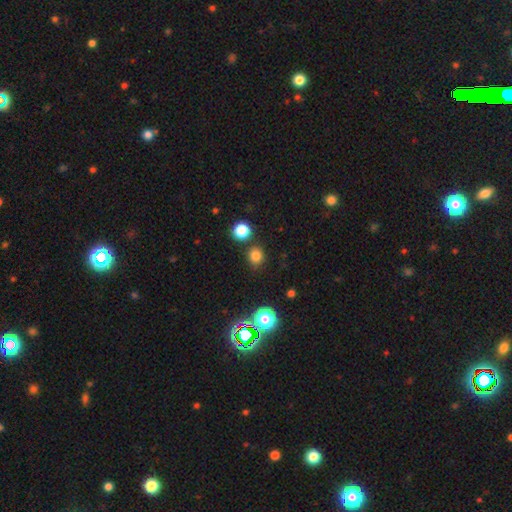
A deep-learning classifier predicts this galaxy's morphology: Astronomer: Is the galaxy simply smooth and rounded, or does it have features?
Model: smooth — 78%.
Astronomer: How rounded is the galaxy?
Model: round — 83%.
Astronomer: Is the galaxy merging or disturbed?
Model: none — 81%.